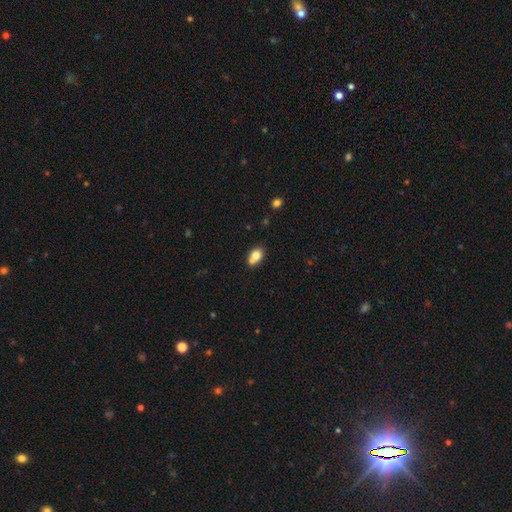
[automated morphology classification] Q: Smooth or featured?
A: smooth (76%); runner-up: featured or disk (14%)
Q: How rounded?
A: in between (71%); runner-up: round (27%)
Q: Merging?
A: none (49%); runner-up: merger (33%)